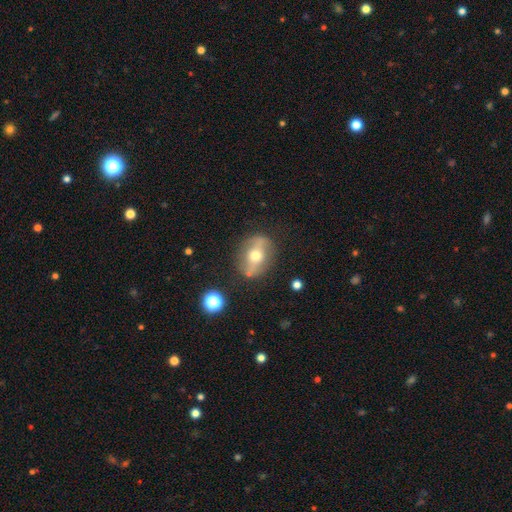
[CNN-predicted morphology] Smooth or featured?
  - featured or disk: 59% *
  - smooth: 32%
  - star or artifact: 9%
Edge-on disk?
  - no: 71% *
  - yes: 29%
Merging?
  - none: 81% *
  - minor disturbance: 12%
  - major disturbance: 4%
  - merger: 3%